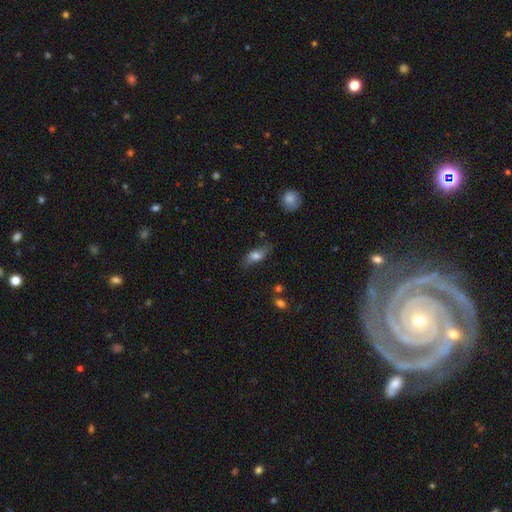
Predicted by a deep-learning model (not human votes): A smooth galaxy with no disk features (66%) that is in between round and cigar-shaped (74%).

Vote fractions:
- Smooth or featured? smooth: 66% / featured or disk: 26% / star or artifact: 8%
- How rounded? in between: 74% / cigar-shaped: 20% / round: 6%
- Merging? none: 67% / minor disturbance: 23% / major disturbance: 7% / merger: 3%